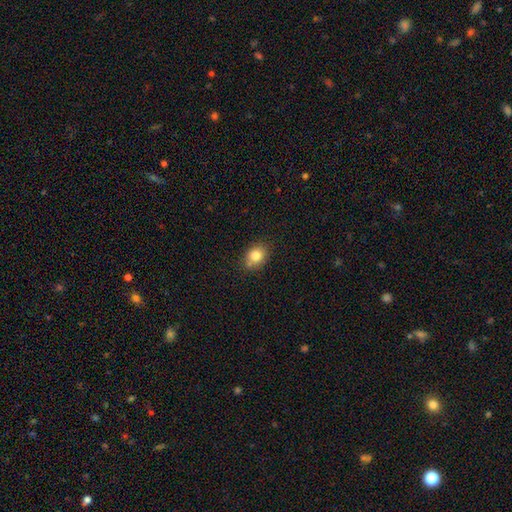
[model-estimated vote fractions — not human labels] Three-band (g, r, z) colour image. It shows a smooth galaxy with no disk features (81%) that is round (53%). Merging: none (74%).